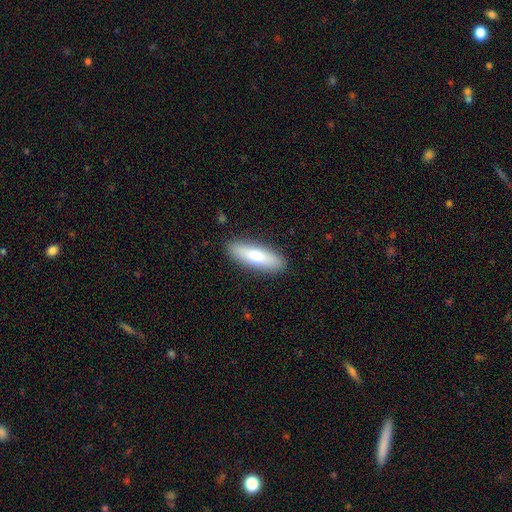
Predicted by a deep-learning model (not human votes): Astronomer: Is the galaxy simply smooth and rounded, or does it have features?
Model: smooth — 69%.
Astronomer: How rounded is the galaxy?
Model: cigar-shaped — 53% (runner-up: in between, 45%).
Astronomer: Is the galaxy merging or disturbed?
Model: none — 90%.